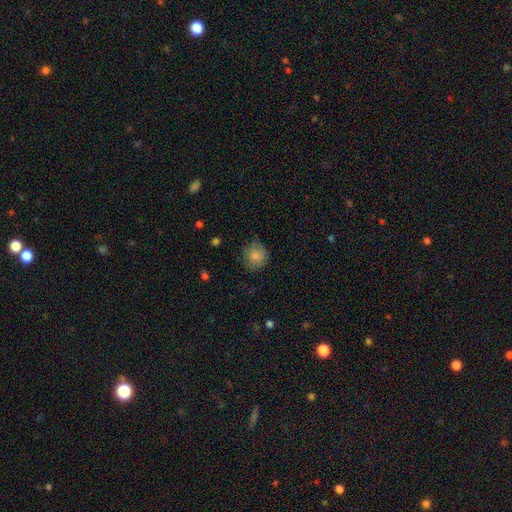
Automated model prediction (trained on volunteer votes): Smooth or featured: smooth — 83% (featured or disk — 9%)
How rounded: round — 88% (in between — 11%)
Merging: none — 78% (minor disturbance — 17%)